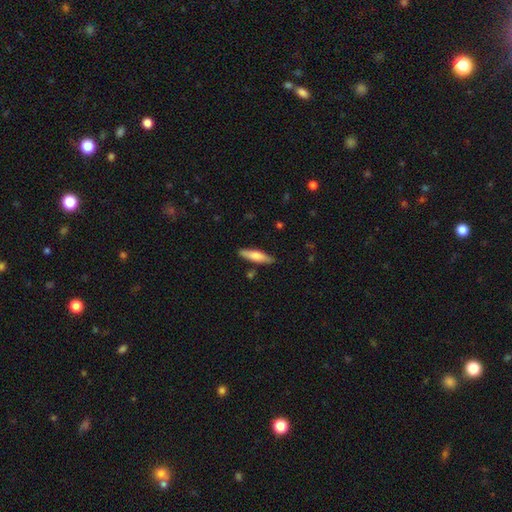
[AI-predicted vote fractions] Smooth or featured? Predicted: smooth (p=0.68). How rounded? Predicted: cigar-shaped (p=0.72). Merging? Predicted: none (p=0.86).